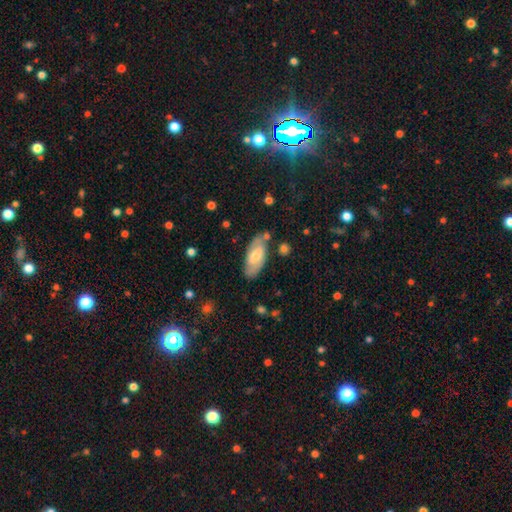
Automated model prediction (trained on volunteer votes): A smooth galaxy with no disk features (53%) that is in between round and cigar-shaped (86%). Merging: none (75%).